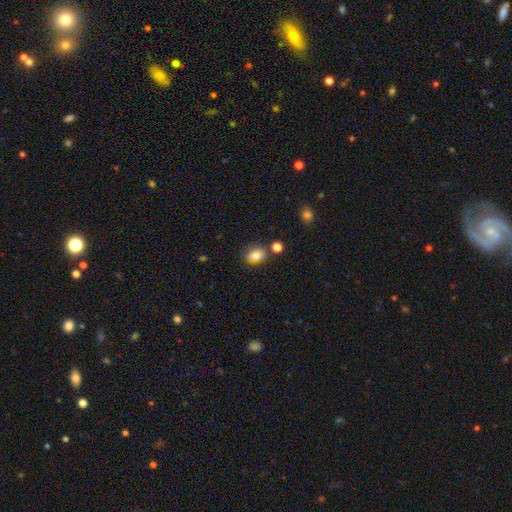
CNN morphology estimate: The model was most divided on "how rounded": in between: 75%, round: 24%, cigar-shaped: 1%. More confident: smooth or featured — smooth (83%); merging — none (72%).